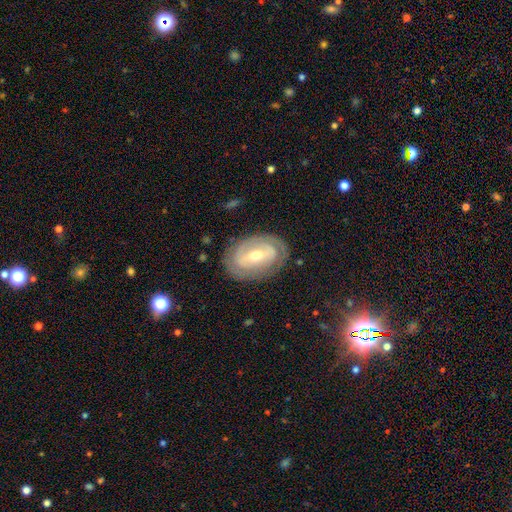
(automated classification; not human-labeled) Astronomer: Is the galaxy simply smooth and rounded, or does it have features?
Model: featured or disk — 79%.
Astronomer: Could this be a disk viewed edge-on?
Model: no — 95%.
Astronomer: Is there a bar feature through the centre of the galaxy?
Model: weak — 42% (runner-up: strong, 35%).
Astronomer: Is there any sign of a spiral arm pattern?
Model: yes — 80%.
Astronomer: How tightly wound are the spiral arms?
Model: tight — 68%.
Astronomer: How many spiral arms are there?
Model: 2 — 57%.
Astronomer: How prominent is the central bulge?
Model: moderate — 59% (runner-up: small, 36%).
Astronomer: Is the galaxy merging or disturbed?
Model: none — 80%.